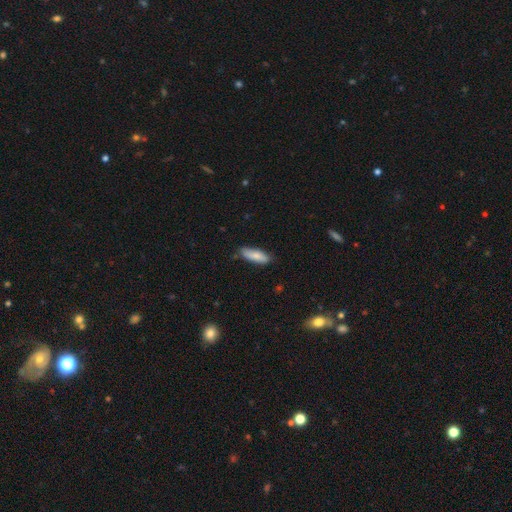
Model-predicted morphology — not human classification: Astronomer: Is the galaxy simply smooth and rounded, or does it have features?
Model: smooth — 82%.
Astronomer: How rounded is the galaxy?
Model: in between — 56% (runner-up: cigar-shaped, 42%).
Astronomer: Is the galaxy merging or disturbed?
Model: none — 78%.